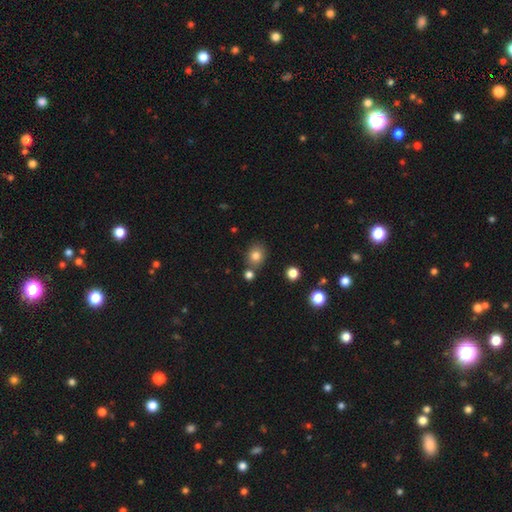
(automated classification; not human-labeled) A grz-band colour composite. It shows a smooth galaxy with no disk features (80%) that is round (65%). Merging: none (75%).